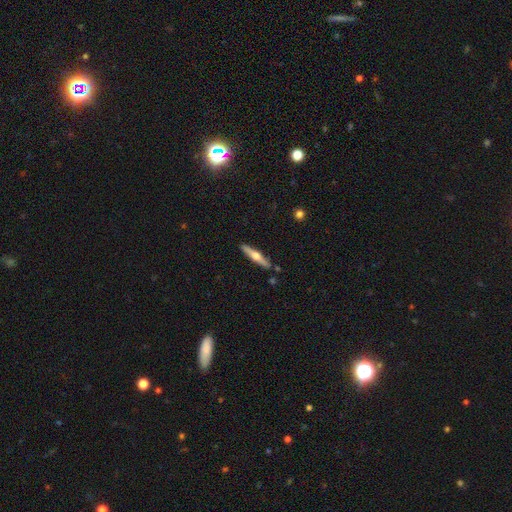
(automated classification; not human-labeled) Q: Smooth or featured?
A: featured or disk (57%); runner-up: smooth (38%)
Q: Edge-on disk?
A: yes (95%); runner-up: no (5%)
Q: Edge-on bulge?
A: rounded (91%); runner-up: none (5%)
Q: Merging?
A: none (87%); runner-up: minor disturbance (9%)